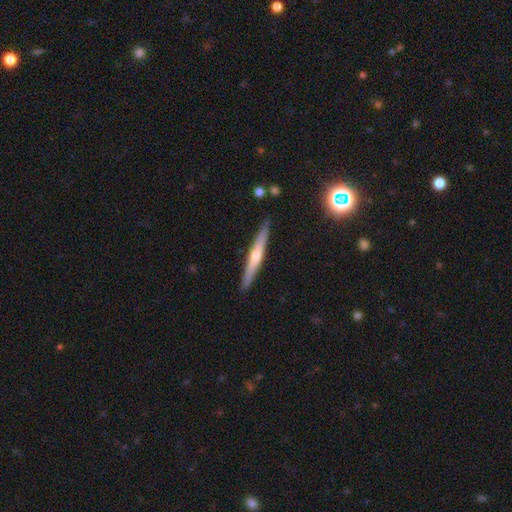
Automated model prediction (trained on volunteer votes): Smooth or featured? featured or disk (61%)
Edge-on disk? yes (96%)
Edge-on bulge? rounded (77%)
Merging? none (91%)